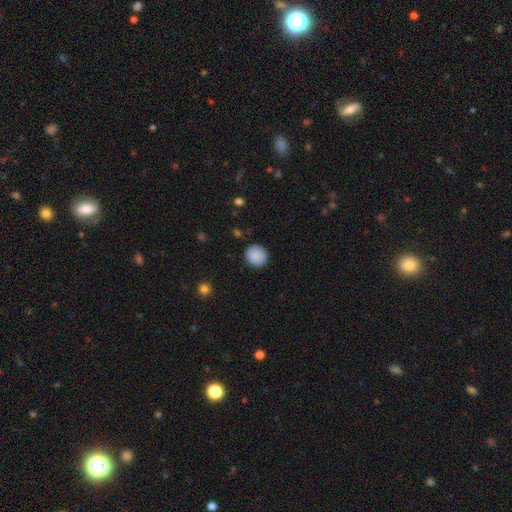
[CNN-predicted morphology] Overall: smooth (89%). How rounded: round (91%). Merging: none (89%).